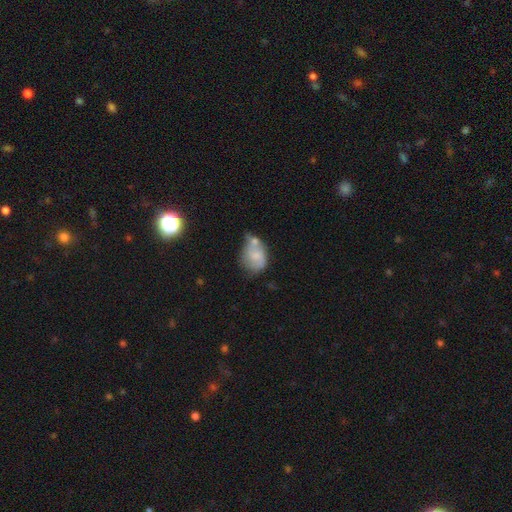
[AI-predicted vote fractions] The model was most divided on "merging": merger: 34%, none: 26%, minor disturbance: 26%, major disturbance: 13%. More confident: how rounded — in between (61%); smooth or featured — smooth (56%).